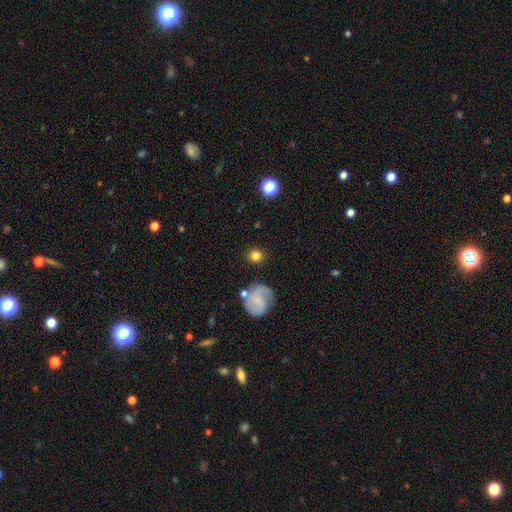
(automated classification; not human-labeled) smooth-or-featured: smooth: 76% | featured or disk: 14% | star or artifact: 9%
  how-rounded: round: 86% | in between: 13% | cigar-shaped: 1%
  merging: none: 83% | minor disturbance: 9% | merger: 4% | major disturbance: 4%